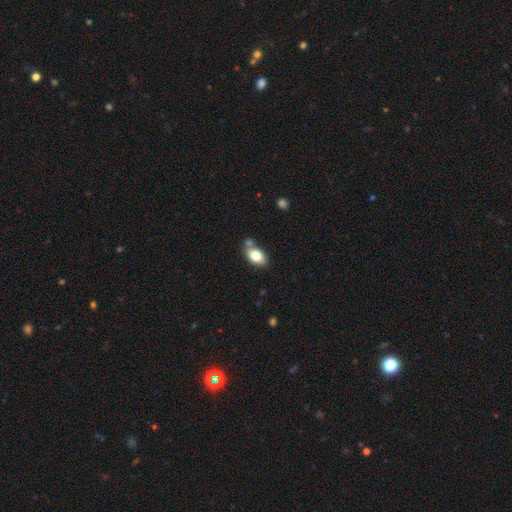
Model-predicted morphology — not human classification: This appears to be a smooth galaxy with no disk features (77%) that is in between round and cigar-shaped (88%). Merging: none (62%).